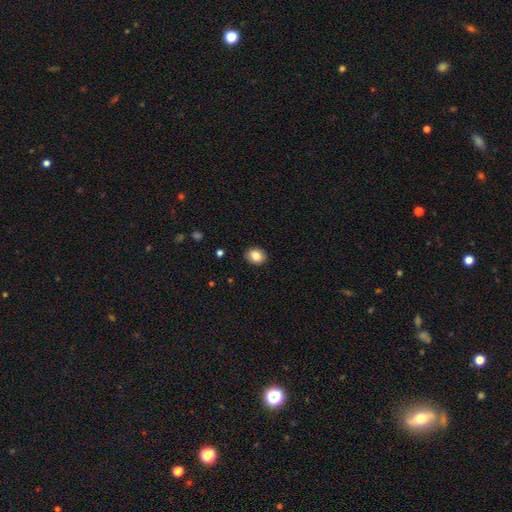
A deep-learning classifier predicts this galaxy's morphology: smooth_or_featured: smooth (p=0.84) [alt: star or artifact p=0.09]
how_rounded: in between (p=0.55) [alt: round p=0.44]
merging: none (p=0.90) [alt: minor disturbance p=0.07]